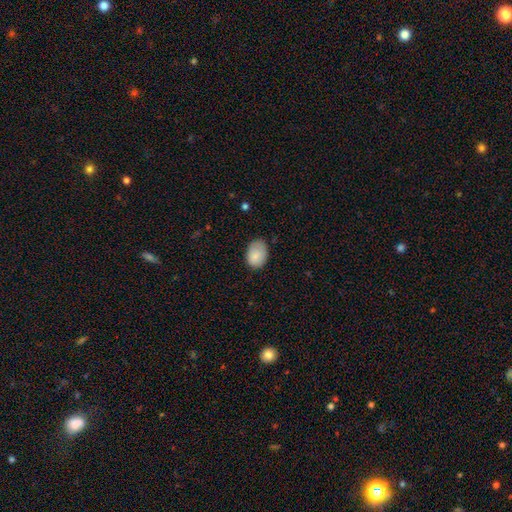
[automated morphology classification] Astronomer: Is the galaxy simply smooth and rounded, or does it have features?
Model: smooth — 86%.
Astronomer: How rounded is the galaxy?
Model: in between — 79%.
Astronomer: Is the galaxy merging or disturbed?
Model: none — 69%.